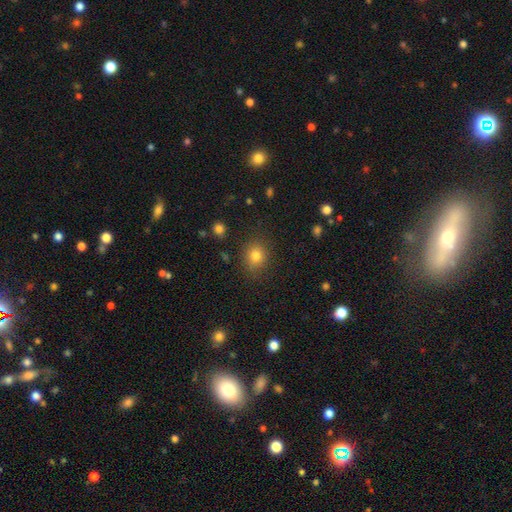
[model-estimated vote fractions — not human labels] Morphology: type=smooth (80%); roundness=round (73%); merging=none (85%).